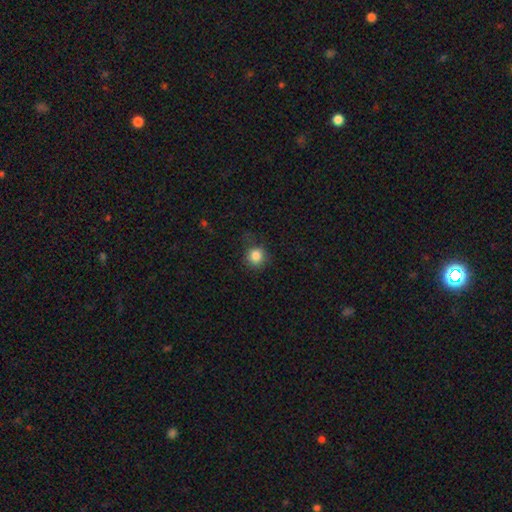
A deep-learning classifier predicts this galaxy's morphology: Smooth or featured? Predicted: smooth (p=0.85). How rounded? Predicted: round (p=0.90). Merging? Predicted: none (p=0.77).